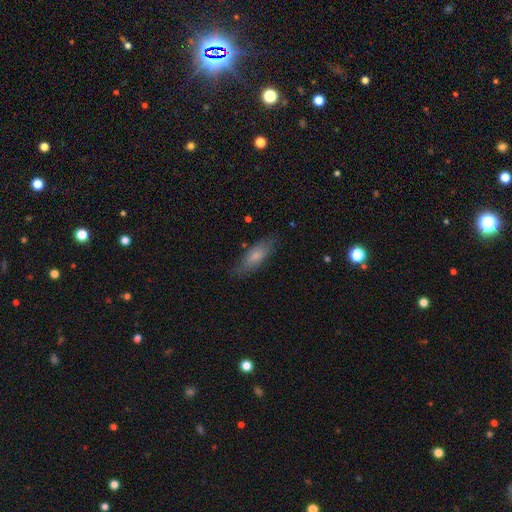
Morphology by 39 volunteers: Overall: smooth (72%). How rounded: in between (64%; cigar-shaped 36%). Merging: none (74%).